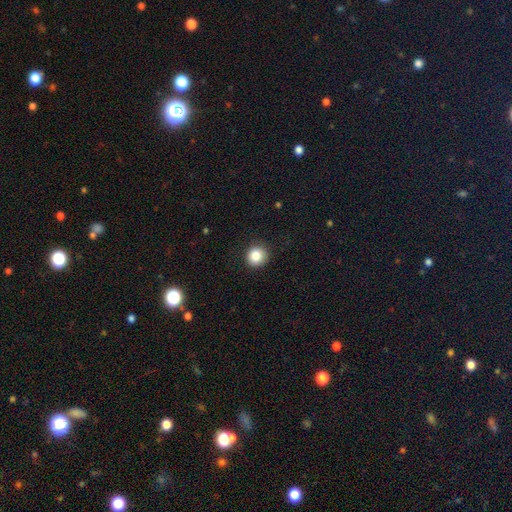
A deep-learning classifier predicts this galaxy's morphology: Smooth or featured: smooth — 85% (star or artifact — 10%)
How rounded: round — 92% (in between — 7%)
Merging: none — 90% (minor disturbance — 7%)